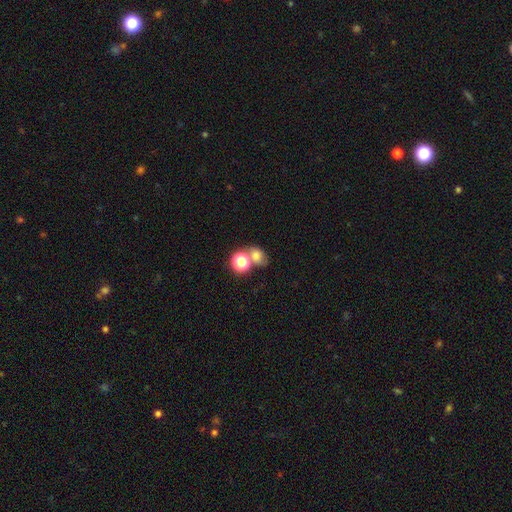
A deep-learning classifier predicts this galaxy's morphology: This is likely a smooth galaxy (72%). How rounded: possibly round (54%). Merging: marginally merger (44%).